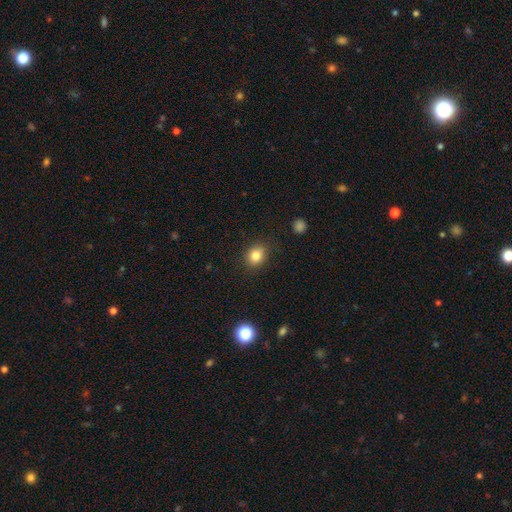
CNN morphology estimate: Q: Smooth or featured?
A: smooth (83%); runner-up: star or artifact (11%)
Q: How rounded?
A: round (65%); runner-up: in between (34%)
Q: Merging?
A: none (86%); runner-up: minor disturbance (10%)